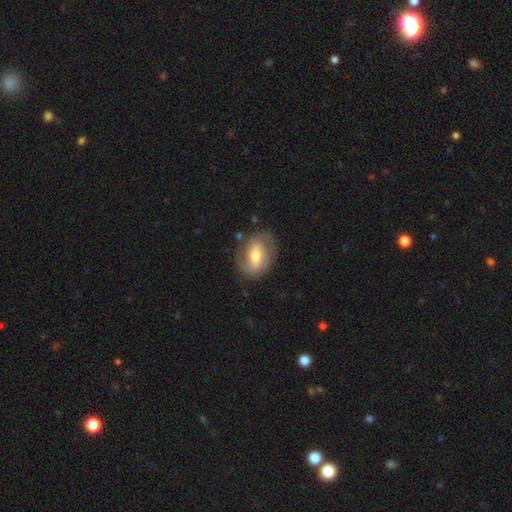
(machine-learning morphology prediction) A featured or disk galaxy (61%) with a weak bar (43%), spiral arms (75%) and a moderate central bulge (64%). Merging: none (74%).